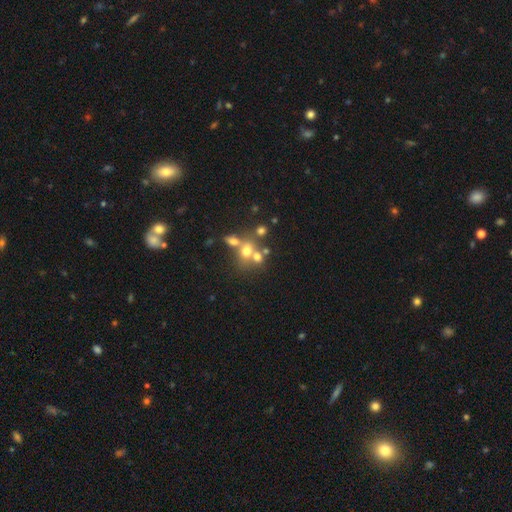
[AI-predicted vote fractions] Overall: smooth (47%; featured or disk 28%). Merging: merger (48%; none 38%).